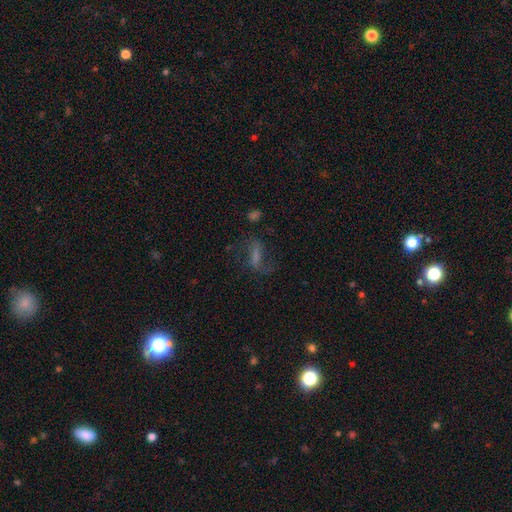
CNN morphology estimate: smooth-or-featured: featured or disk: 47% | smooth: 28% | star or artifact: 24%
  merging: none: 60% | major disturbance: 20% | minor disturbance: 17% | merger: 3%